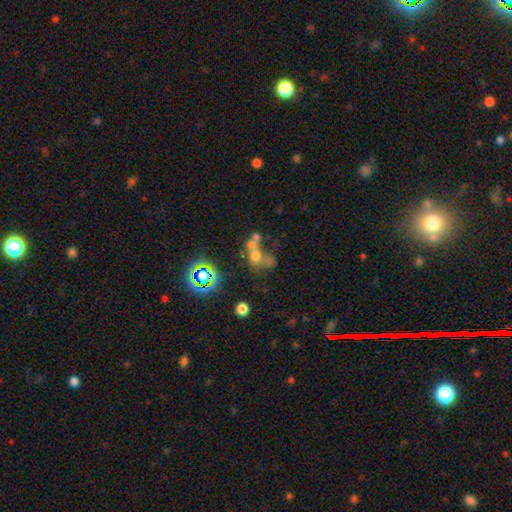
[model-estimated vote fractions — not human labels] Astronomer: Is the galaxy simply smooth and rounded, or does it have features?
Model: smooth — 48% (runner-up: featured or disk, 26%).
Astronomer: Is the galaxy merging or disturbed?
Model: merger — 53%.